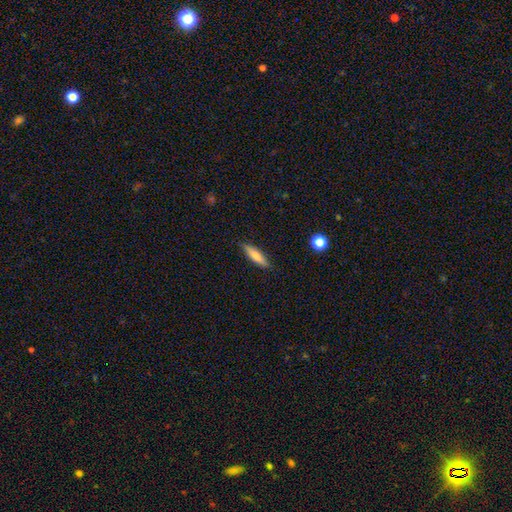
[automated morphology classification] smooth-or-featured: smooth: 69% | featured or disk: 25% | star or artifact: 6%
  how-rounded: cigar-shaped: 75% | in between: 23% | round: 2%
  merging: none: 87% | minor disturbance: 10% | major disturbance: 2% | merger: 1%